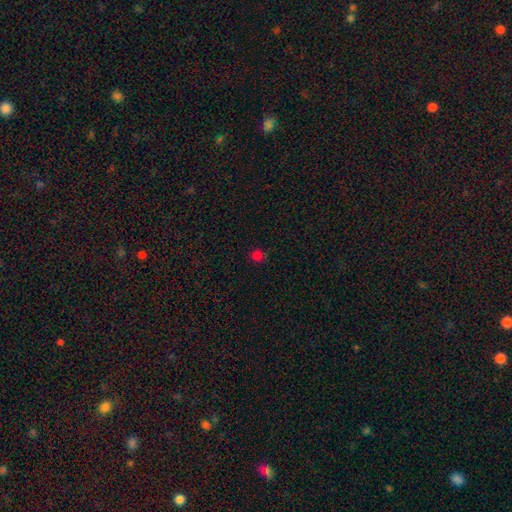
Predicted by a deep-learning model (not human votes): smooth_or_featured: smooth (p=0.75) [alt: star or artifact p=0.21]
how_rounded: round (p=0.91) [alt: in between p=0.08]
merging: none (p=0.87) [alt: minor disturbance p=0.09]